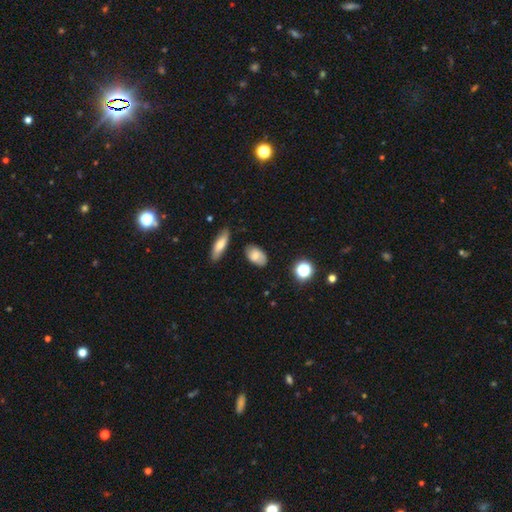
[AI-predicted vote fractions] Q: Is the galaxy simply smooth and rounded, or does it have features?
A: smooth — 72%.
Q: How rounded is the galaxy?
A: in between — 89%.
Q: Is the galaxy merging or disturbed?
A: none — 79%.